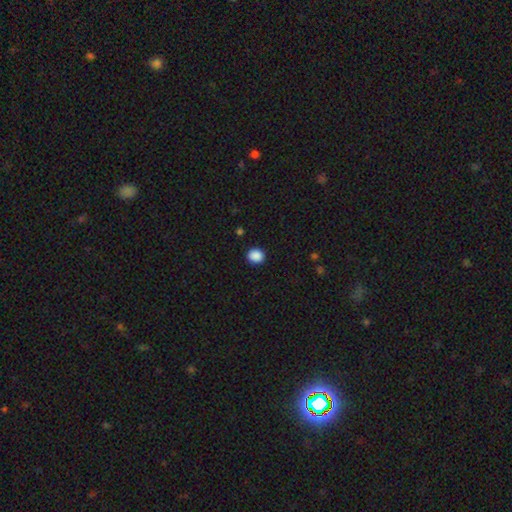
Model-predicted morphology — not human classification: The model was most divided on "how rounded": round: 73%, in between: 26%, cigar-shaped: 1%. More confident: merging — none (90%); smooth or featured — smooth (89%).